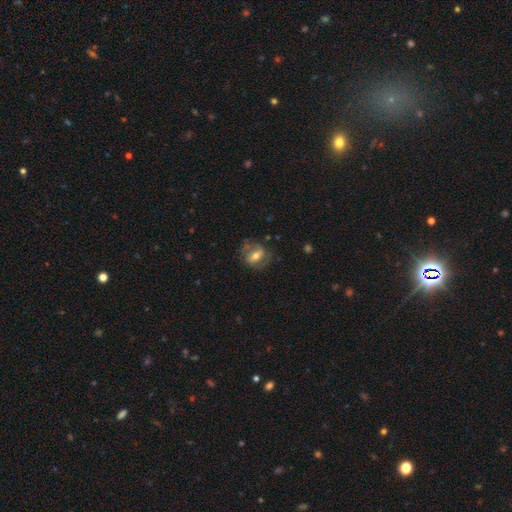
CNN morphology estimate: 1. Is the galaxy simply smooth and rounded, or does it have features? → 52% featured or disk, 41% smooth, 8% star or artifact.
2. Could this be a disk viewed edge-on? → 92% no, 8% yes.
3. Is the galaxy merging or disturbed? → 65% none, 21% minor disturbance, 12% major disturbance, 2% merger.